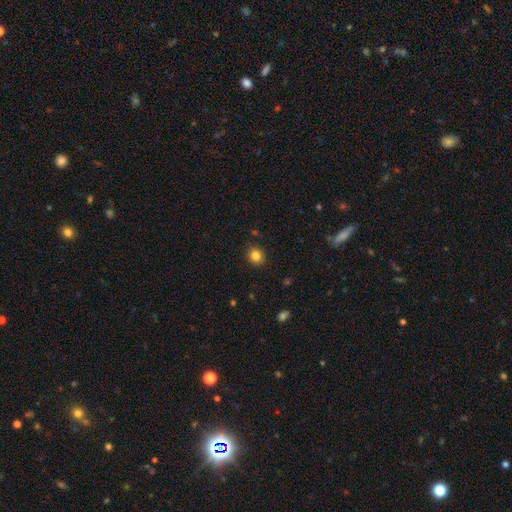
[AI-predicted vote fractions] Smooth or featured?
  - smooth: 83% *
  - star or artifact: 11%
  - featured or disk: 6%
How rounded?
  - round: 74% *
  - in between: 26%
  - cigar-shaped: 1%
Merging?
  - none: 88% *
  - minor disturbance: 9%
  - major disturbance: 2%
  - merger: 1%